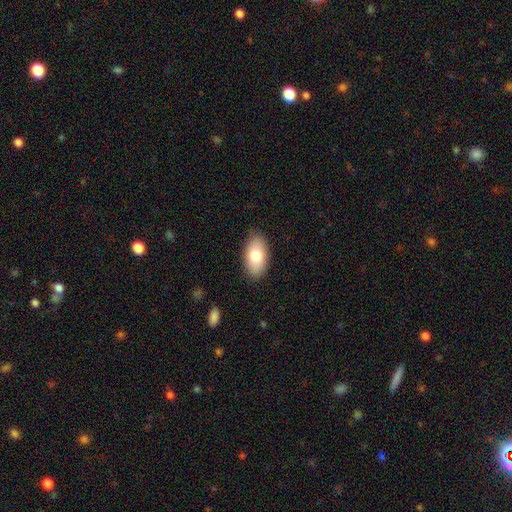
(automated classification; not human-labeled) This appears to be a smooth galaxy with no disk features (78%) that is in between round and cigar-shaped (94%). Merging: none (86%).